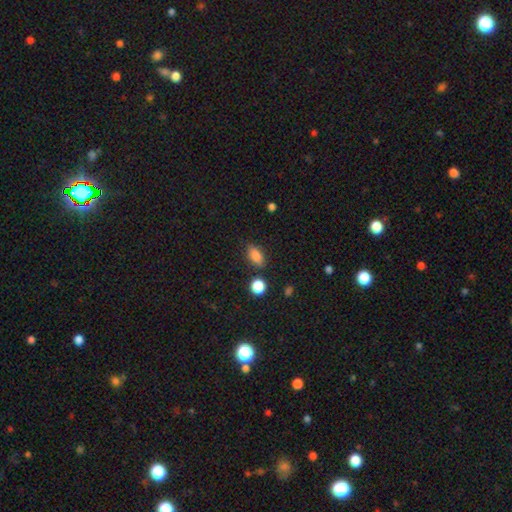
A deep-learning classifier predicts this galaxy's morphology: Smooth or featured: smooth — 82% (star or artifact — 10%)
How rounded: in between — 82% (round — 9%)
Merging: none — 80% (minor disturbance — 13%)